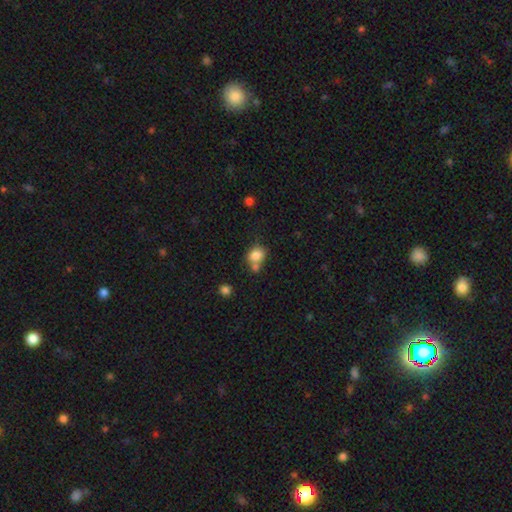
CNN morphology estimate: Smooth or featured? Predicted: smooth (p=0.81). How rounded? Predicted: round (p=0.50). Merging? Predicted: none (p=0.46).